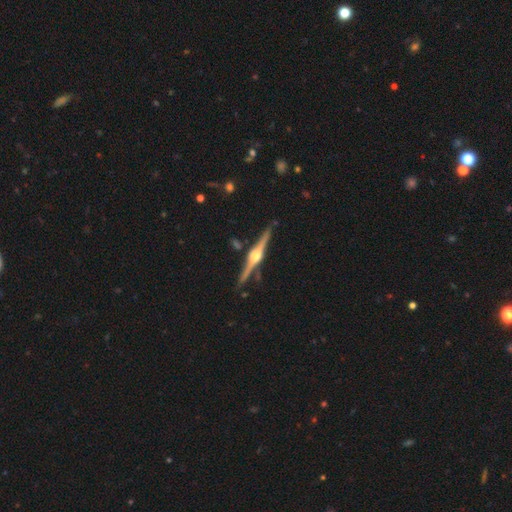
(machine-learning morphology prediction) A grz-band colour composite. It shows a featured or disk galaxy (88%) viewed edge-on (98%) with a rounded central bulge (93%). Merging: none (87%).